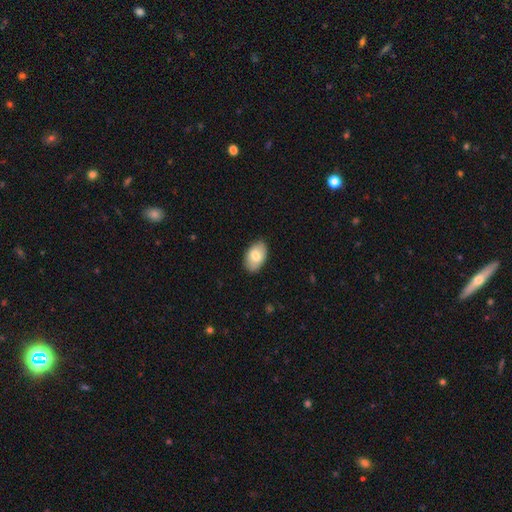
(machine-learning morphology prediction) This appears to be a smooth galaxy with no disk features (77%) that is in between round and cigar-shaped (92%). Merging: none (85%).